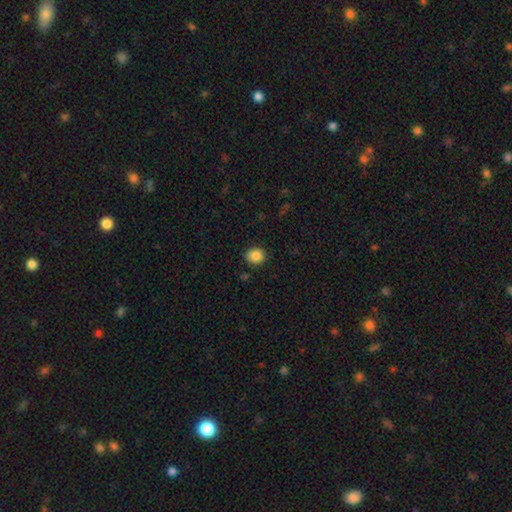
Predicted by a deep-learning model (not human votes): A smooth galaxy with no disk features (85%) that is round (74%). Merging: none (87%).